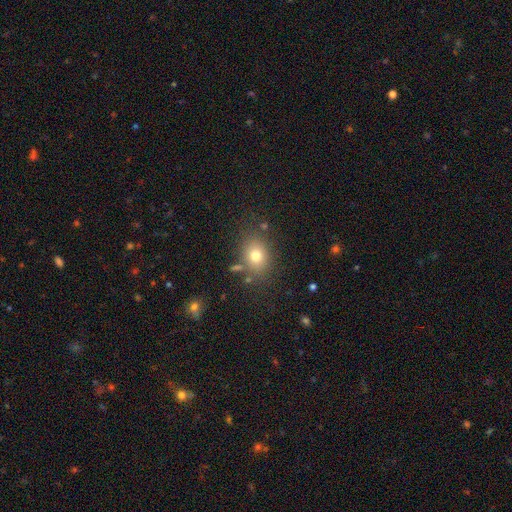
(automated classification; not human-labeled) This appears to be a smooth galaxy with no disk features (75%) that is round (53%). Merging: none (77%).